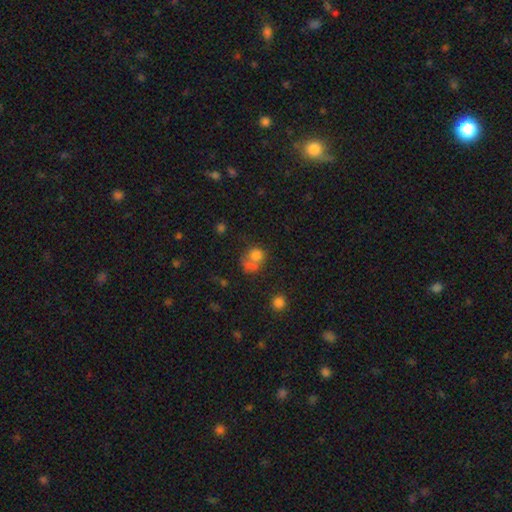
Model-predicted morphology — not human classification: smooth-or-featured: smooth: 71% | featured or disk: 16% | star or artifact: 13%
  how-rounded: round: 71% | in between: 28% | cigar-shaped: 1%
  merging: merger: 37% | none: 33% | major disturbance: 17% | minor disturbance: 14%